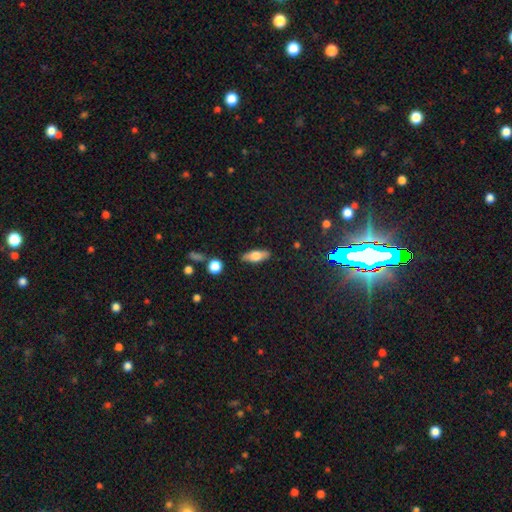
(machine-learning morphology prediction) Overall: smooth (61%; featured or disk 32%). How rounded: in between (69%). Merging: none (85%).